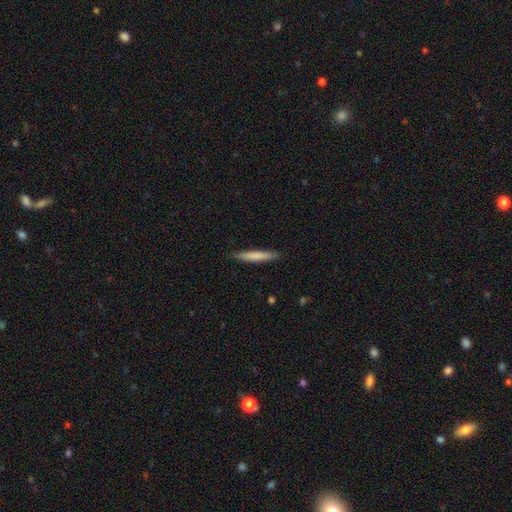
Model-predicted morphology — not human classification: Smooth or featured: smooth — 76% (featured or disk — 19%)
How rounded: cigar-shaped — 94% (in between — 5%)
Merging: none — 89% (minor disturbance — 8%)